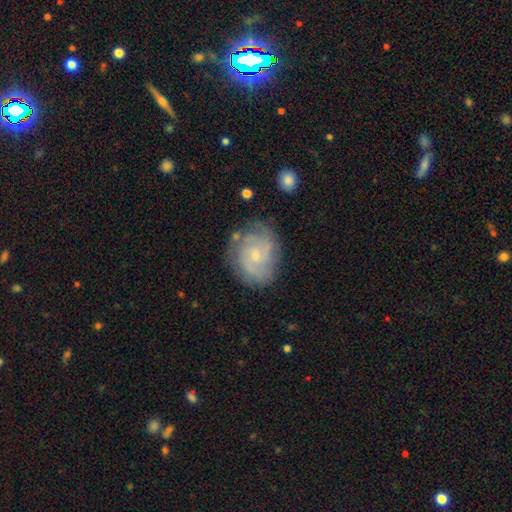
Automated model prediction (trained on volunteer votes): Overall: featured or disk (73%). Edge-on disk: no (98%). Bar: no (75%). Spiral arms: yes (90%). Spiral arm count: can't tell (36%; 2 25%). Spiral winding: tight (56%; medium 34%). Bulge size: small (77%). Merging: none (71%).